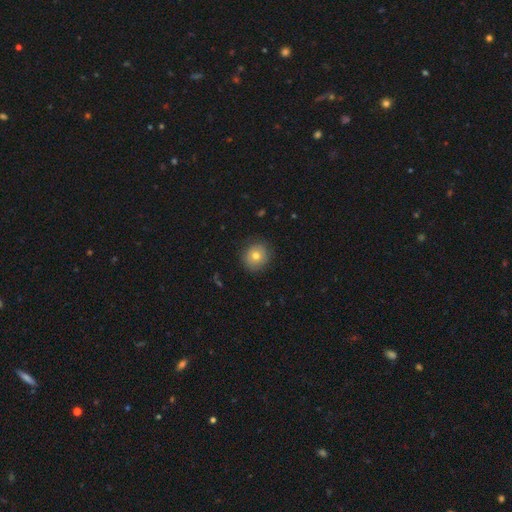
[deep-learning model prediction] smooth-or-featured: smooth: 74% | featured or disk: 16% | star or artifact: 11%
  how-rounded: round: 87% | in between: 12% | cigar-shaped: 1%
  merging: none: 86% | minor disturbance: 10% | major disturbance: 3% | merger: 1%